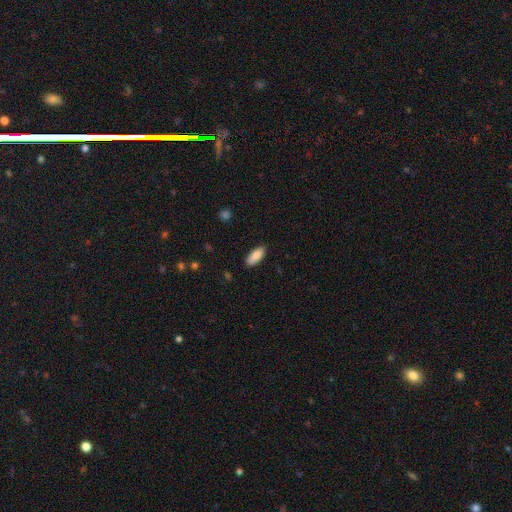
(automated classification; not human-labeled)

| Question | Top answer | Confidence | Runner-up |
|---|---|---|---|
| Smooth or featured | smooth | 87% | featured or disk (7%) |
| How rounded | in between | 82% | cigar-shaped (16%) |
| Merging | none | 87% | minor disturbance (10%) |